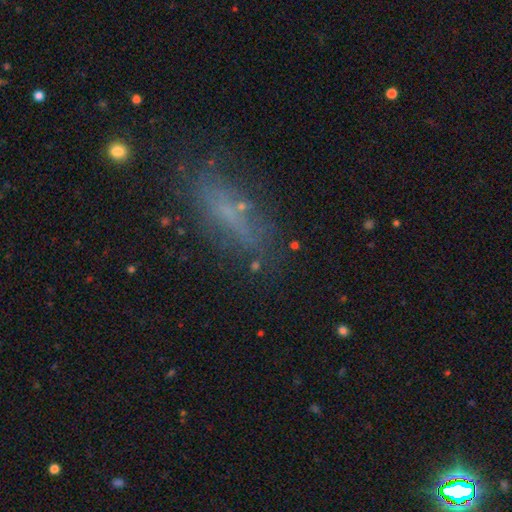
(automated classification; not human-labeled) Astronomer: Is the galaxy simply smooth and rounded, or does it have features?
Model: smooth — 48% (runner-up: featured or disk, 35%).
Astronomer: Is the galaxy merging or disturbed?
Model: none — 66%.